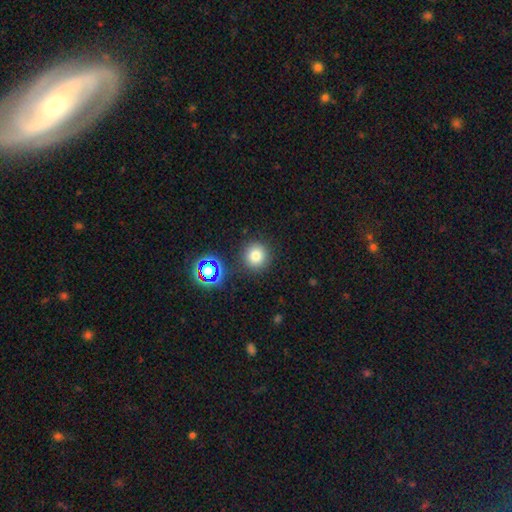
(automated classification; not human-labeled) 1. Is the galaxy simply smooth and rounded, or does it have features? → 76% smooth, 17% star or artifact, 7% featured or disk.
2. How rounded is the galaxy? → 94% round, 5% in between, 1% cigar-shaped.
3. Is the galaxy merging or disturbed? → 87% none, 7% minor disturbance, 3% merger, 3% major disturbance.